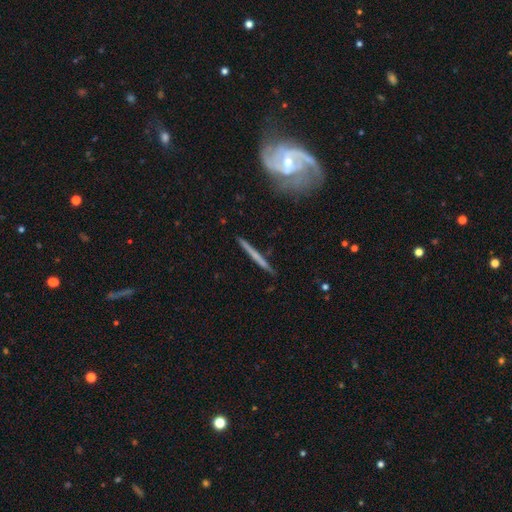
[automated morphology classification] Q: Smooth or featured?
A: featured or disk (52%); runner-up: smooth (41%)
Q: Edge-on disk?
A: yes (95%); runner-up: no (5%)
Q: Merging?
A: none (88%); runner-up: minor disturbance (8%)